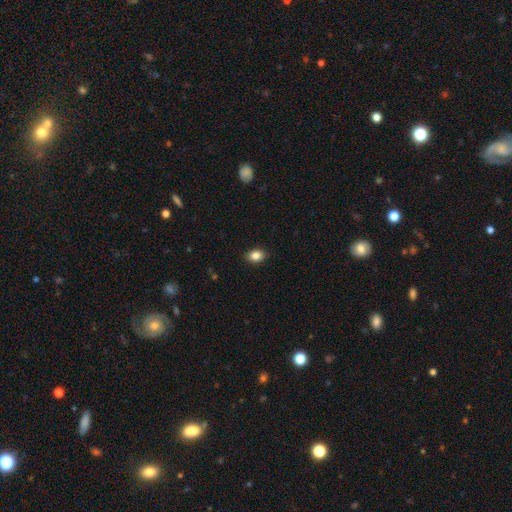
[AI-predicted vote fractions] Q: Smooth or featured?
A: smooth (85%); runner-up: star or artifact (10%)
Q: How rounded?
A: in between (62%); runner-up: round (37%)
Q: Merging?
A: none (89%); runner-up: minor disturbance (8%)